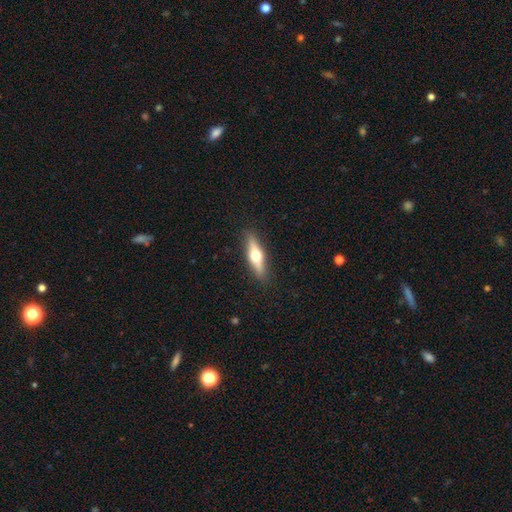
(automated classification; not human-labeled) Smooth or featured?
  - featured or disk: 53% *
  - smooth: 41%
  - star or artifact: 6%
Edge-on disk?
  - yes: 93% *
  - no: 7%
Merging?
  - none: 89% *
  - minor disturbance: 8%
  - major disturbance: 2%
  - merger: 1%